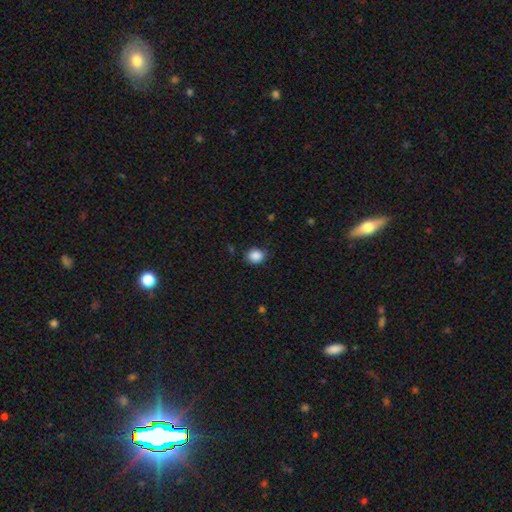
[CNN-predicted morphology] The model was most divided on "how rounded": round: 64%, in between: 36%, cigar-shaped: 1%. More confident: smooth or featured — smooth (88%); merging — none (84%).